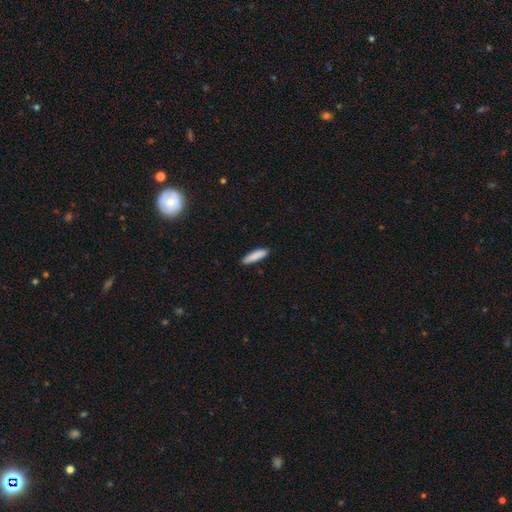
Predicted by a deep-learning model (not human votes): smooth-or-featured: smooth: 88% | featured or disk: 6% | star or artifact: 6%
  how-rounded: cigar-shaped: 73% | in between: 26% | round: 1%
  merging: none: 88% | minor disturbance: 9% | major disturbance: 2% | merger: 1%